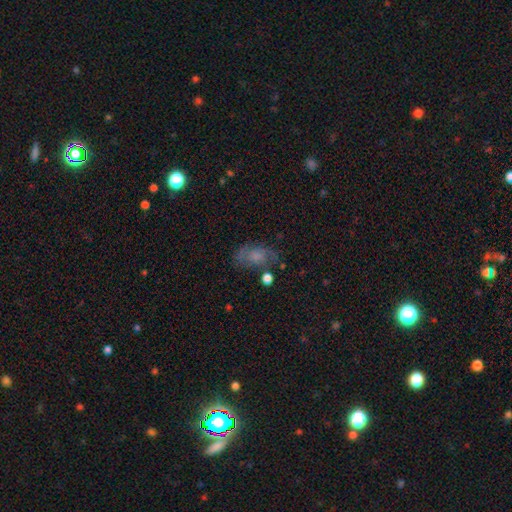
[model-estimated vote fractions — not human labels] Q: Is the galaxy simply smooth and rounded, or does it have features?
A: smooth — 48%.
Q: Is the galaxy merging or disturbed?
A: none — 55%.